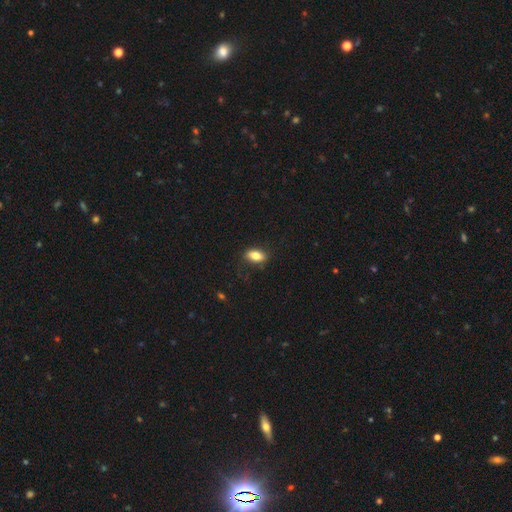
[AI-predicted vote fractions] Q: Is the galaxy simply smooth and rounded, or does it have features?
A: smooth — 80%.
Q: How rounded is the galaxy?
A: in between — 87%.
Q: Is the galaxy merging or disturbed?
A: none — 80%.